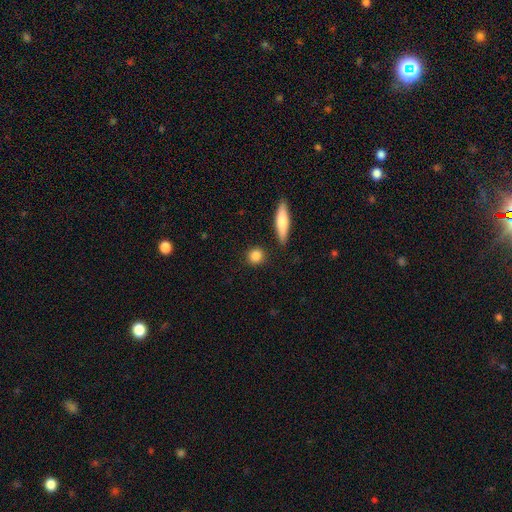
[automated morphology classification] smooth 85%, star or artifact 8%, featured or disk 7%. Down the decision tree: how rounded — round (79%); merging — none (86%).